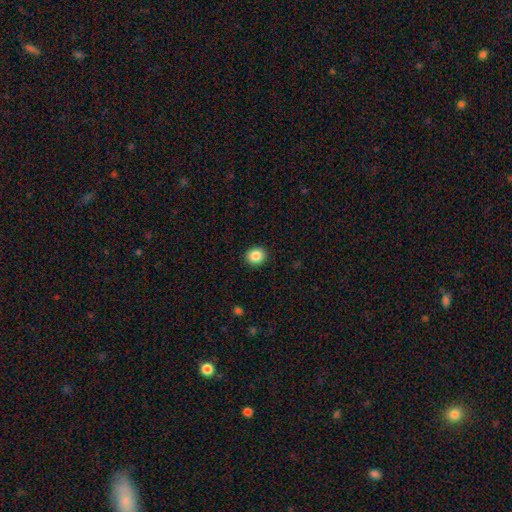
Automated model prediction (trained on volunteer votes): Morphology: type=smooth (87%); roundness=round (80%); merging=none (91%).